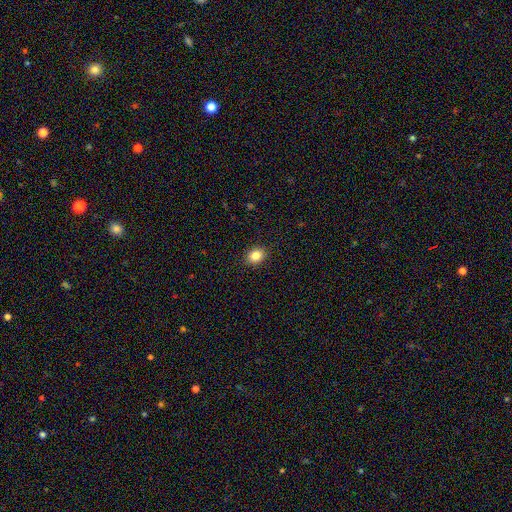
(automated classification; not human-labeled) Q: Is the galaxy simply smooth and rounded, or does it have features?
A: smooth — 84%.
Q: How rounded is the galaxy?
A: in between — 51%.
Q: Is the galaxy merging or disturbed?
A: none — 90%.